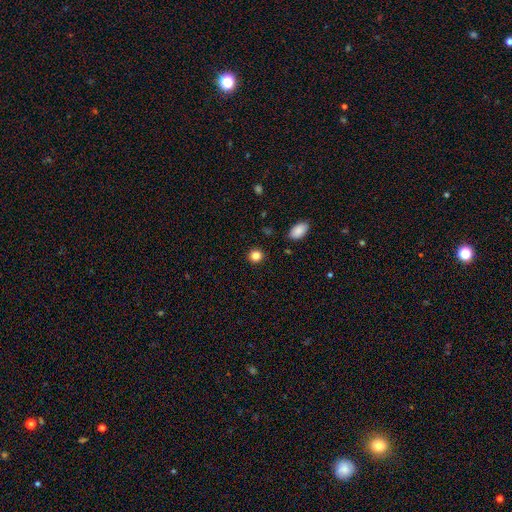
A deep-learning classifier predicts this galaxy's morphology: Overall: smooth (84%). How rounded: round (88%). Merging: none (91%).